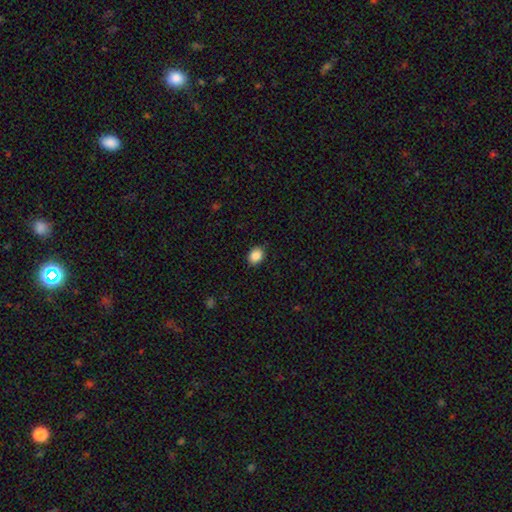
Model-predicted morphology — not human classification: This appears to be a smooth galaxy with no disk features (88%) that is in between round and cigar-shaped (62%). Merging: none (88%).